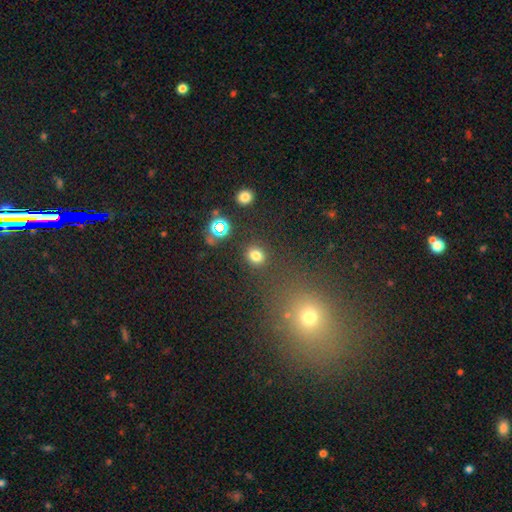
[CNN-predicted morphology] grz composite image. It shows a smooth galaxy with no disk features (79%) that is round (75%). Merging: none (86%).